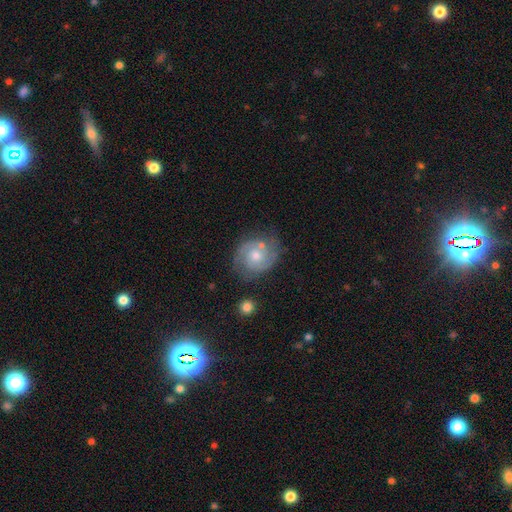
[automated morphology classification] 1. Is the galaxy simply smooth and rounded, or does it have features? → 75% featured or disk, 17% smooth, 8% star or artifact.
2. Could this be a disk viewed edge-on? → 98% no, 2% yes.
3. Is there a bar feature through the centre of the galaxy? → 73% no, 24% weak, 3% strong.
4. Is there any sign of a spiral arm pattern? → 92% yes, 8% no.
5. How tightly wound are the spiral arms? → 53% tight, 37% medium, 10% loose.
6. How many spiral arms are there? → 76% 2, 12% can't tell, 5% 3, 3% 1, 2% 4, 2% more than 4.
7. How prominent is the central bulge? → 62% moderate, 31% small, 4% large, 2% none, 1% dominant.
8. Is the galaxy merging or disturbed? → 70% none, 18% minor disturbance, 6% major disturbance, 6% merger.